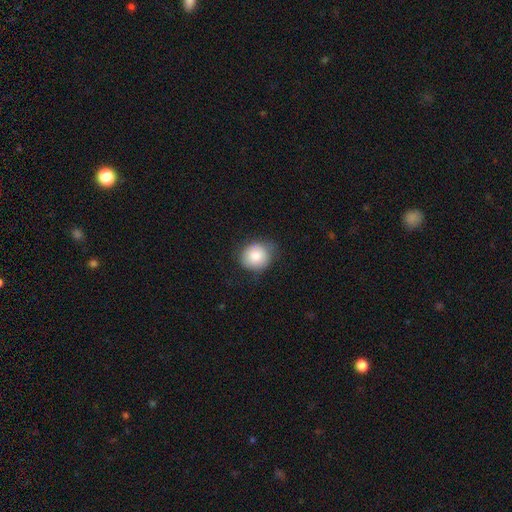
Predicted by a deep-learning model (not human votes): The model was most divided on "merging": none: 73%, minor disturbance: 21%, major disturbance: 5%, merger: 1%. More confident: smooth or featured — smooth (83%); how rounded — round (80%).